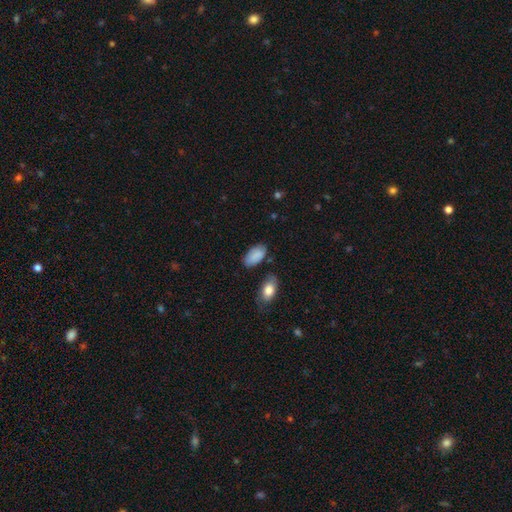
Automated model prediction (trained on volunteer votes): The model was most divided on "merging": none: 73%, minor disturbance: 18%, merger: 4%, major disturbance: 4%. More confident: how rounded — in between (95%); smooth or featured — smooth (84%).